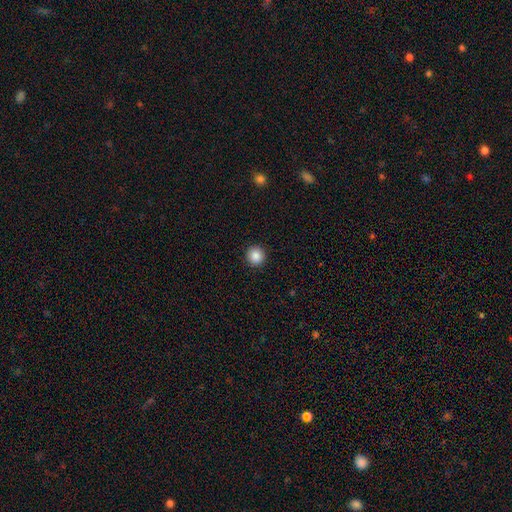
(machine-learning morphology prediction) A smooth galaxy with no disk features (87%) that is round (94%).

Vote fractions:
- Smooth or featured? smooth: 87% / star or artifact: 9% / featured or disk: 4%
- How rounded? round: 94% / in between: 5% / cigar-shaped: 1%
- Merging? none: 93% / minor disturbance: 5% / major disturbance: 2% / merger: 1%